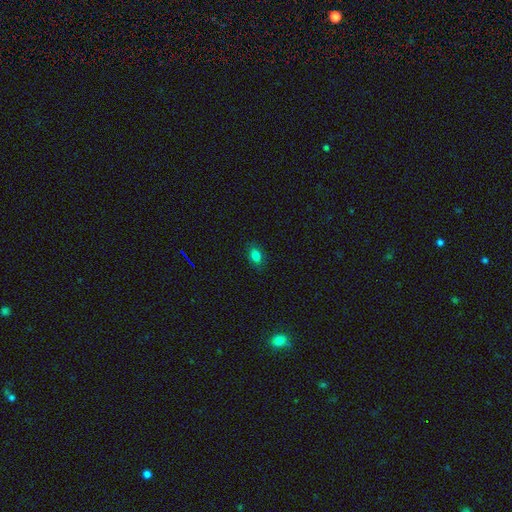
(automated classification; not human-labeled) This appears to be a smooth galaxy with no disk features (80%) that is in between round and cigar-shaped (80%). Merging: none (84%).